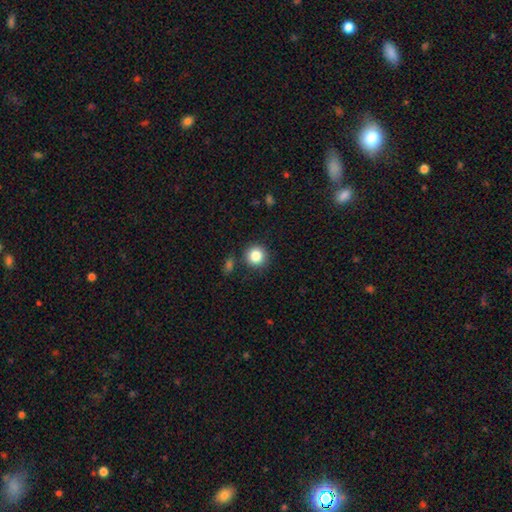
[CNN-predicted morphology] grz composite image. It shows a smooth galaxy with no disk features (85%) that is round (93%). Merging: none (85%).